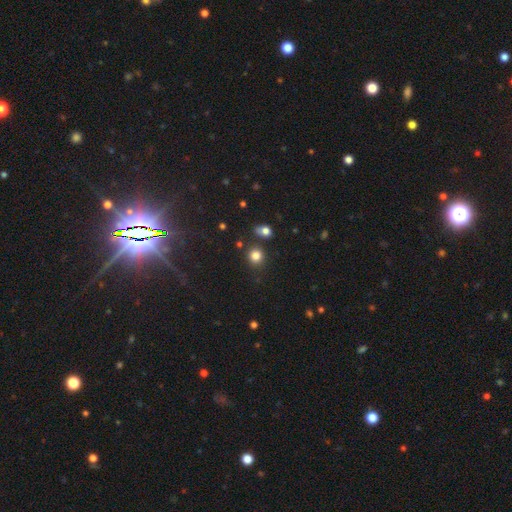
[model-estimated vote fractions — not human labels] Smooth or featured: smooth — 81% (star or artifact — 13%)
How rounded: round — 87% (in between — 12%)
Merging: none — 81% (minor disturbance — 9%)